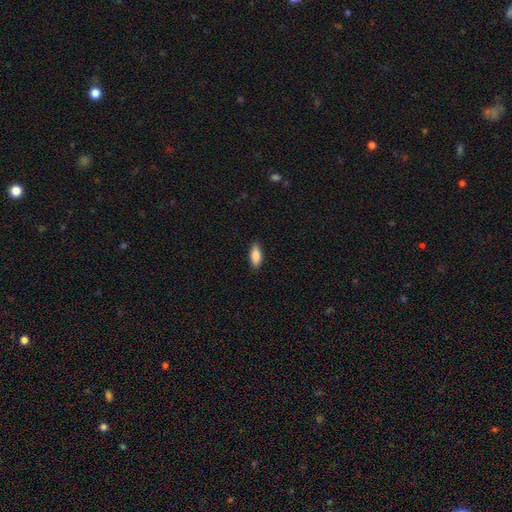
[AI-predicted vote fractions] This appears to be a smooth galaxy with no disk features (86%) that is in between round and cigar-shaped (82%). Merging: none (88%).